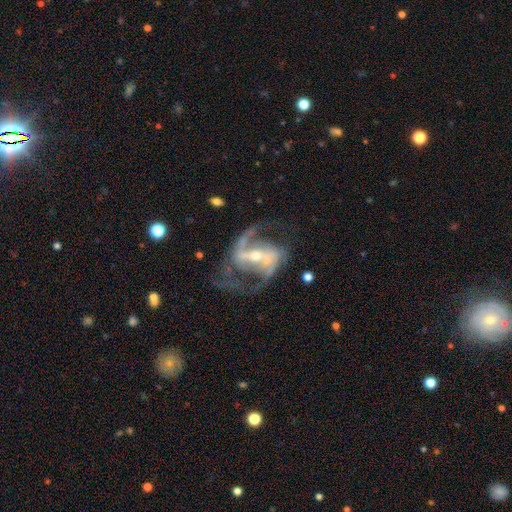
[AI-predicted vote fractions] Smooth or featured?
  - featured or disk: 91% *
  - star or artifact: 5%
  - smooth: 4%
Edge-on disk?
  - no: 97% *
  - yes: 3%
Bar?
  - strong: 60% *
  - weak: 29%
  - no: 11%
Spiral arms?
  - yes: 96% *
  - no: 4%
Spiral winding?
  - medium: 50% *
  - loose: 39%
  - tight: 11%
Spiral arm count?
  - 2: 88% *
  - 3: 4%
  - can't tell: 3%
  - 1: 2%
  - 4: 1%
  - more than 4: 1%
Bulge size?
  - small: 55% *
  - moderate: 40%
  - large: 3%
  - none: 1%
  - dominant: 1%
Merging?
  - none: 65% *
  - major disturbance: 17%
  - minor disturbance: 15%
  - merger: 3%